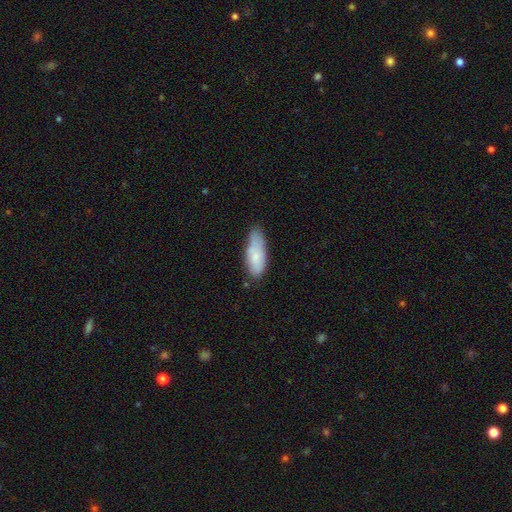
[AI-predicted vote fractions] smooth 76%, featured or disk 17%, star or artifact 7%. Down the decision tree: how rounded — in between (73%); merging — none (58%).